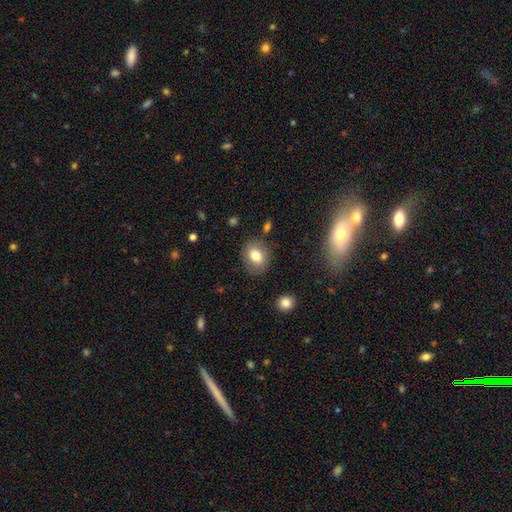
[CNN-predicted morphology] A smooth galaxy with no disk features (76%) that is in between round and cigar-shaped (53%). Merging: none (81%).